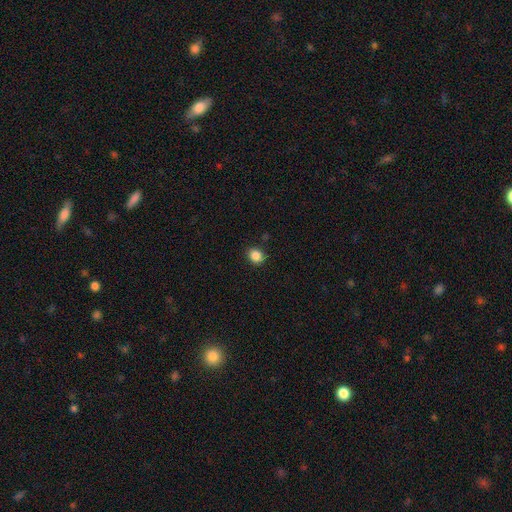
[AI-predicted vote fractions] A smooth galaxy with no disk features (86%) that is round (68%). Merging: none (86%).